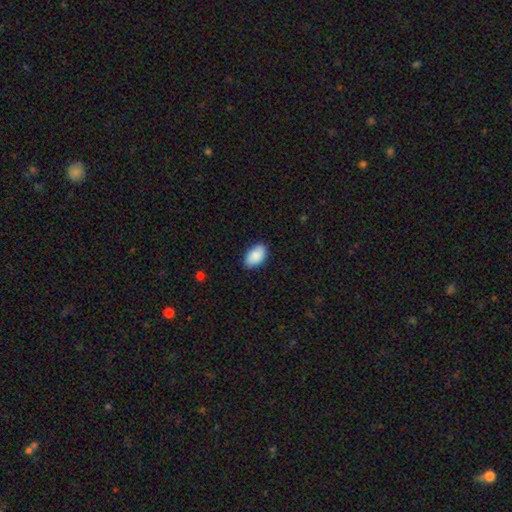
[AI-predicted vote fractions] Smooth or featured? smooth (87%)
How rounded? in between (93%)
Merging? none (84%)